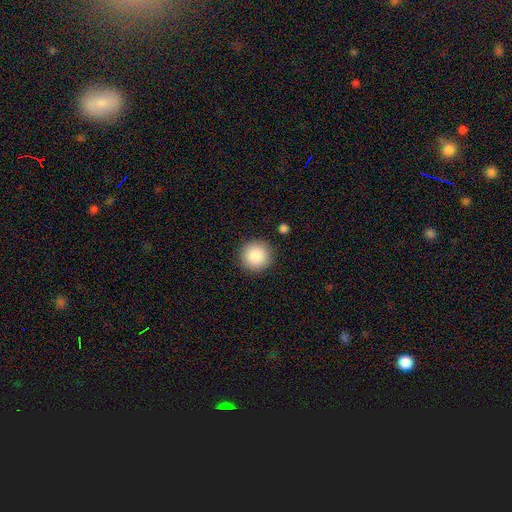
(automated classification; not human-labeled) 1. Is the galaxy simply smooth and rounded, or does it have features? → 88% smooth, 8% star or artifact, 4% featured or disk.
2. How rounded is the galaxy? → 95% round, 4% in between, 1% cigar-shaped.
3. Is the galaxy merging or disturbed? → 90% none, 6% minor disturbance, 2% major disturbance, 2% merger.